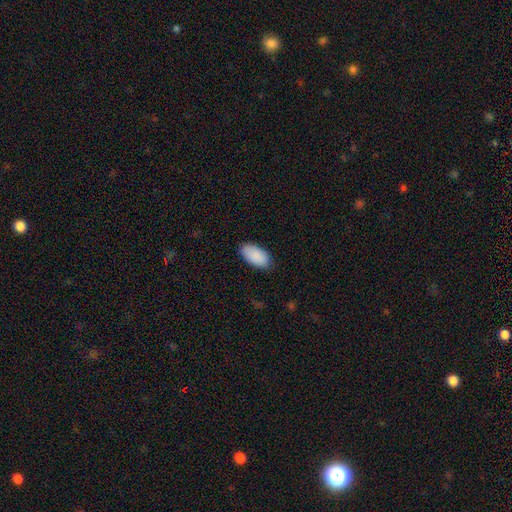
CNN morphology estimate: The model was most divided on "merging": none: 84%, minor disturbance: 13%, major disturbance: 2%, merger: 1%. More confident: how rounded — in between (95%); smooth or featured — smooth (90%).